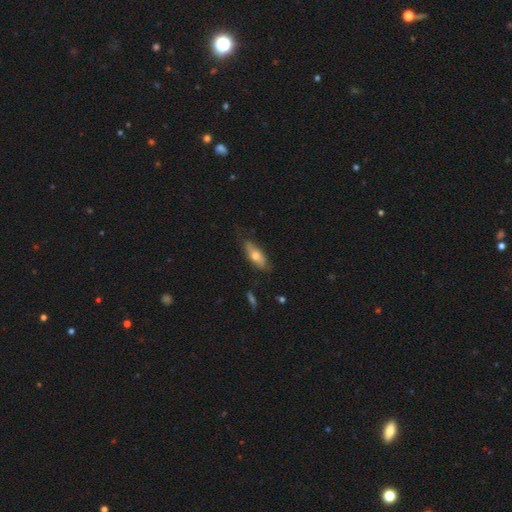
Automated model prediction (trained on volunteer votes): This is possibly a smooth galaxy (59%). How rounded: likely in between (67%). Merging: likely none (69%).